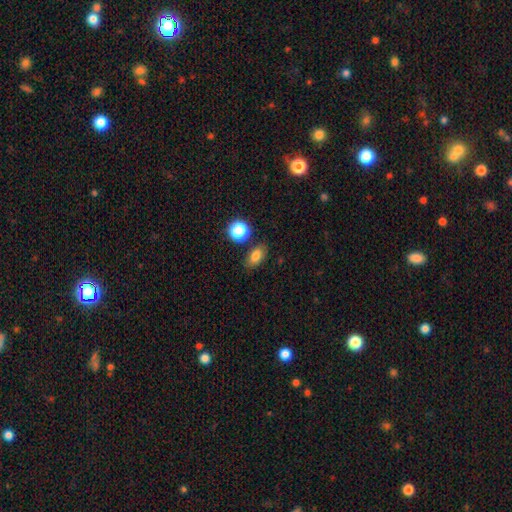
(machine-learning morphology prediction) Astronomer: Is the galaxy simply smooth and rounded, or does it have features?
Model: smooth — 78%.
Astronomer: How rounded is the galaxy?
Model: in between — 82%.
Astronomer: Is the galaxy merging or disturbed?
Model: none — 79%.